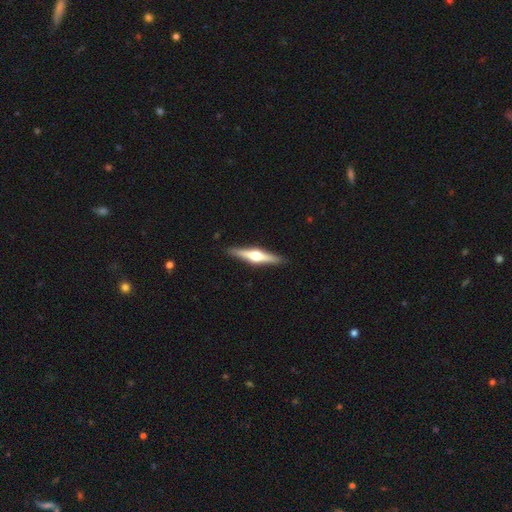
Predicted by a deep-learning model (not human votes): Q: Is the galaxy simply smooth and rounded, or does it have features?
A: featured or disk — 73%.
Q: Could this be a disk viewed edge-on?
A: yes — 97%.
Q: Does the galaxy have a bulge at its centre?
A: rounded — 95%.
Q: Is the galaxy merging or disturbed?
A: none — 91%.